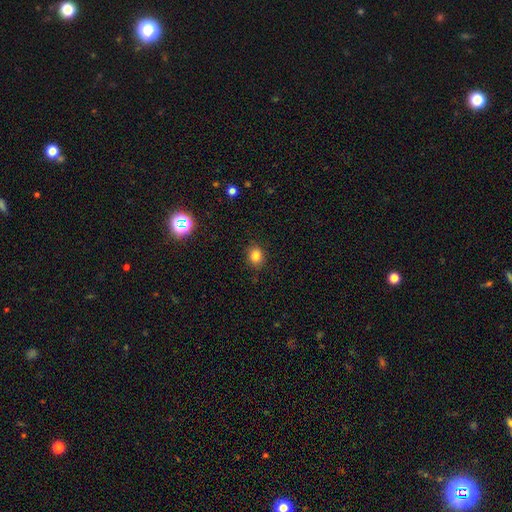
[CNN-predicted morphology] smooth-or-featured: smooth: 83% | star or artifact: 12% | featured or disk: 5%
  how-rounded: round: 59% | in between: 40% | cigar-shaped: 1%
  merging: none: 87% | minor disturbance: 9% | major disturbance: 3% | merger: 1%